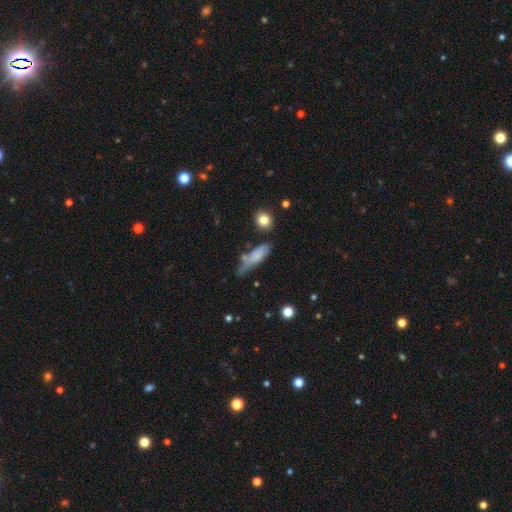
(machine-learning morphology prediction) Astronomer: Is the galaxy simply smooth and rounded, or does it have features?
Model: smooth — 67%.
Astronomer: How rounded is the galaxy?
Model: in between — 50% (runner-up: cigar-shaped, 47%).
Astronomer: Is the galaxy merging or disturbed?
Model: none — 43% (runner-up: minor disturbance, 34%).